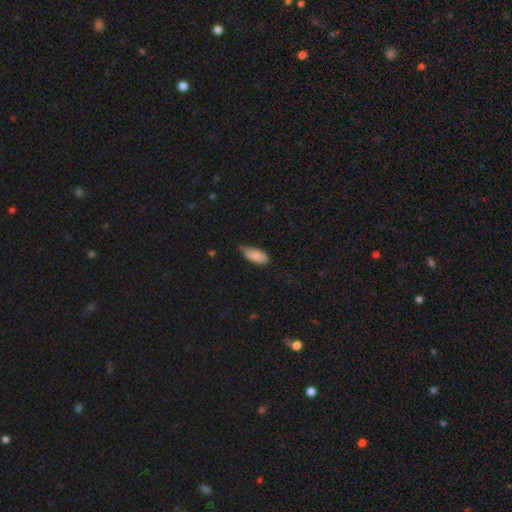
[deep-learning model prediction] Smooth or featured?
  - smooth: 86% *
  - featured or disk: 8%
  - star or artifact: 7%
How rounded?
  - in between: 87% *
  - cigar-shaped: 11%
  - round: 2%
Merging?
  - minor disturbance: 47% *
  - none: 43%
  - major disturbance: 8%
  - merger: 2%